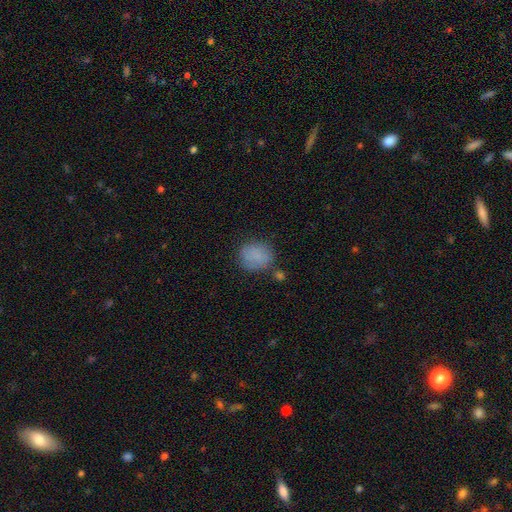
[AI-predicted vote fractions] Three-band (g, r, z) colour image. It shows a smooth galaxy with no disk features (82%) that is round (63%). Merging: none (67%).